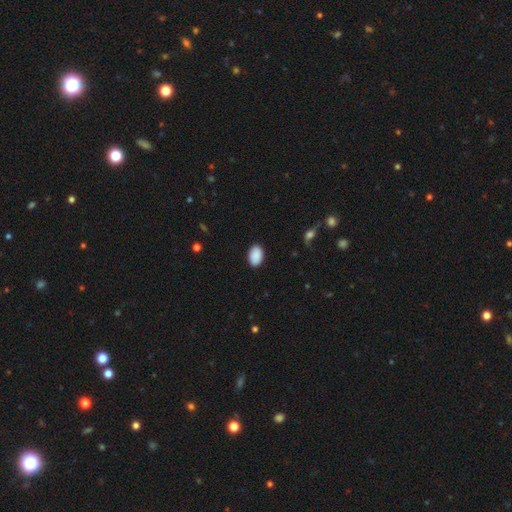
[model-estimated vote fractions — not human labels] Smooth or featured: smooth — 90% (star or artifact — 7%)
How rounded: in between — 90% (round — 9%)
Merging: none — 89% (minor disturbance — 8%)